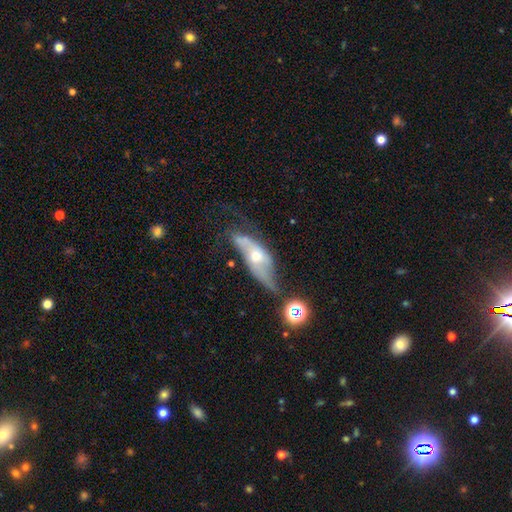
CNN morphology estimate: smooth-or-featured: featured or disk: 65% | smooth: 26% | star or artifact: 9%
  disk-edge-on: no: 75% | yes: 25%
  merging: none: 33% | minor disturbance: 29% | major disturbance: 29% | merger: 9%